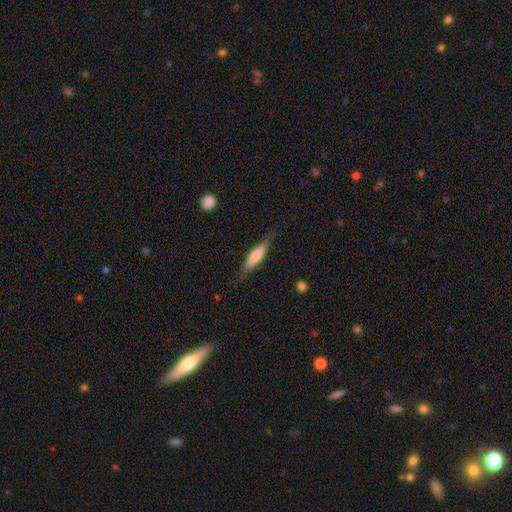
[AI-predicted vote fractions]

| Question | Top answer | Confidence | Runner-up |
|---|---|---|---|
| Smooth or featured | smooth | 59% | featured or disk (36%) |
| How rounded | cigar-shaped | 71% | in between (28%) |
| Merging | none | 79% | minor disturbance (16%) |